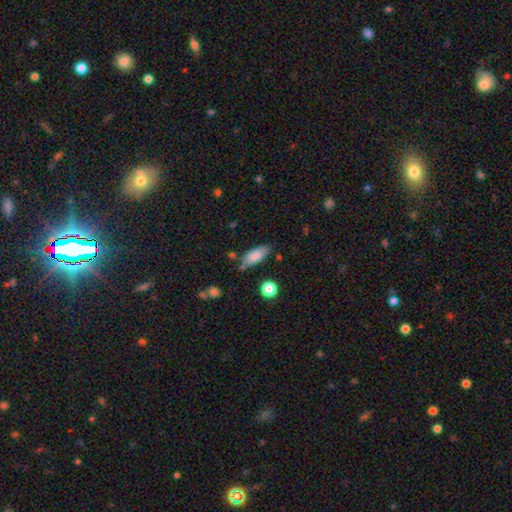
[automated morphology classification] The model was most divided on "how rounded": in between: 76%, cigar-shaped: 21%, round: 3%. More confident: smooth or featured — smooth (81%); merging — none (73%).